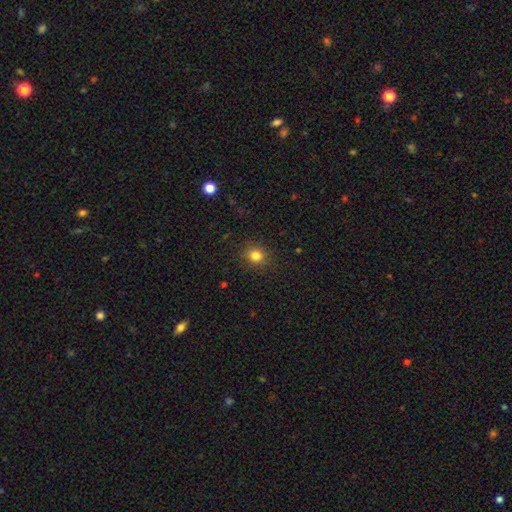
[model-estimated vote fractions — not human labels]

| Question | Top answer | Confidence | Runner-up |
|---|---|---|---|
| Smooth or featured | smooth | 82% | star or artifact (13%) |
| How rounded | round | 77% | in between (22%) |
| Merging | none | 88% | minor disturbance (8%) |